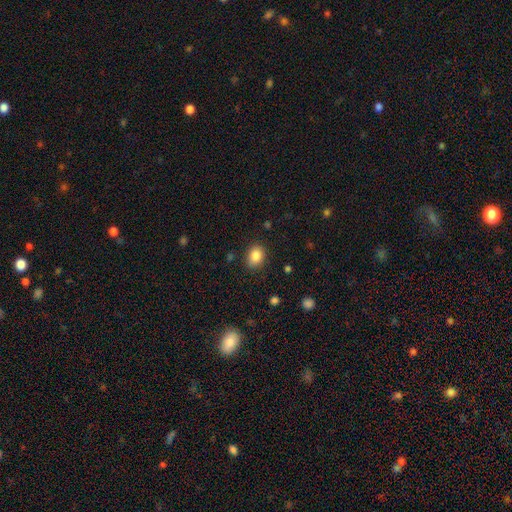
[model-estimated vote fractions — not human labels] Smooth or featured: smooth — 85% (star or artifact — 9%)
How rounded: in between — 56% (round — 43%)
Merging: none — 85% (minor disturbance — 11%)